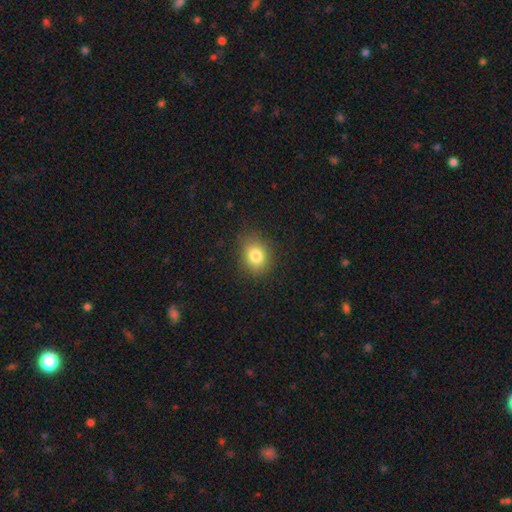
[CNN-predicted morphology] This is clearly a smooth galaxy (81%). How rounded: possibly round (53%). Merging: clearly none (85%).